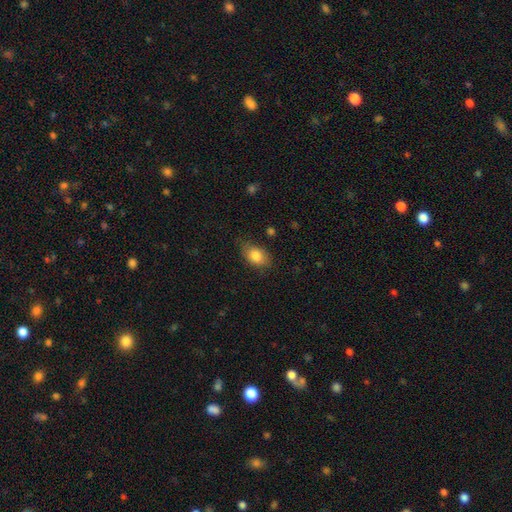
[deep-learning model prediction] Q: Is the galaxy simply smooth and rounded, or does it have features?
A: smooth — 83%.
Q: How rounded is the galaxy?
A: in between — 84%.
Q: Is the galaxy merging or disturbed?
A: none — 73%.